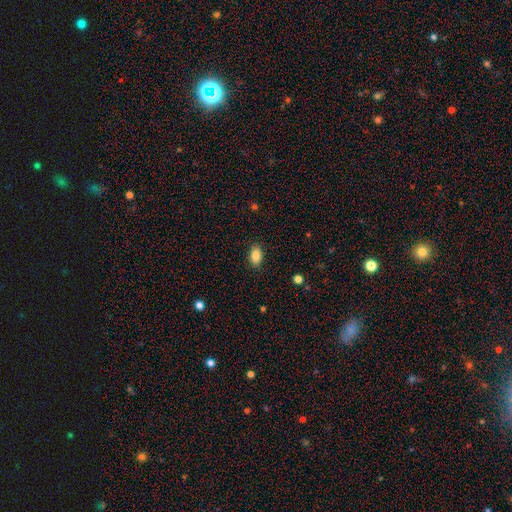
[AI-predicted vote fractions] Q: Smooth or featured?
A: smooth (87%); runner-up: star or artifact (8%)
Q: How rounded?
A: in between (90%); runner-up: round (7%)
Q: Merging?
A: none (88%); runner-up: minor disturbance (9%)